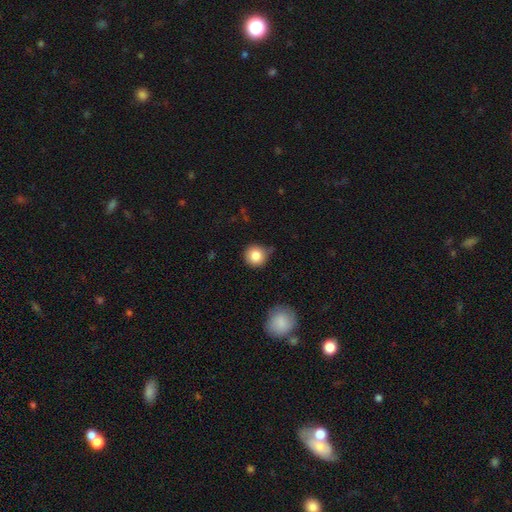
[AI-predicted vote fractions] smooth-or-featured: smooth: 85% | star or artifact: 9% | featured or disk: 6%
  how-rounded: round: 94% | in between: 5% | cigar-shaped: 1%
  merging: none: 77% | minor disturbance: 17% | major disturbance: 3% | merger: 3%